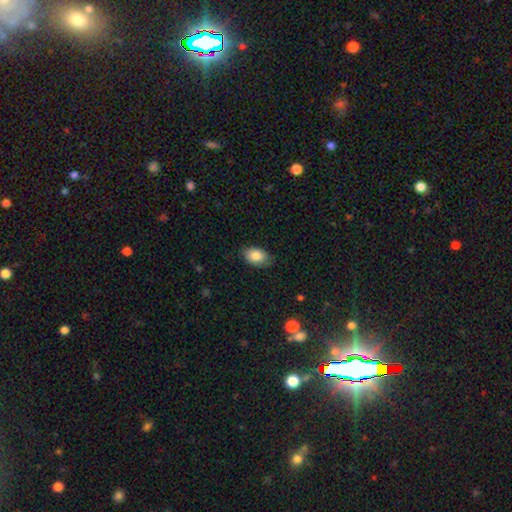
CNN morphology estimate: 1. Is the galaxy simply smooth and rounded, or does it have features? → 85% smooth, 8% featured or disk, 7% star or artifact.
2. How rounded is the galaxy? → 88% in between, 11% round, 1% cigar-shaped.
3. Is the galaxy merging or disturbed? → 79% none, 17% minor disturbance, 3% major disturbance, 1% merger.